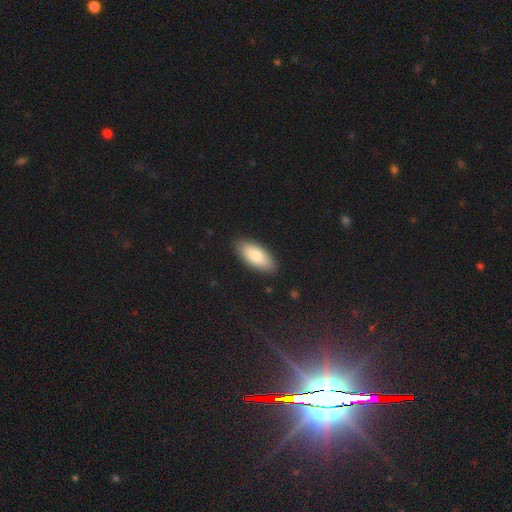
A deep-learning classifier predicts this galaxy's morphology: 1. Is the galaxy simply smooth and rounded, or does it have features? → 81% smooth, 13% featured or disk, 6% star or artifact.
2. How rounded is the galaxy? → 85% in between, 13% cigar-shaped, 2% round.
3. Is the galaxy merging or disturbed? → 87% none, 9% minor disturbance, 2% major disturbance, 1% merger.